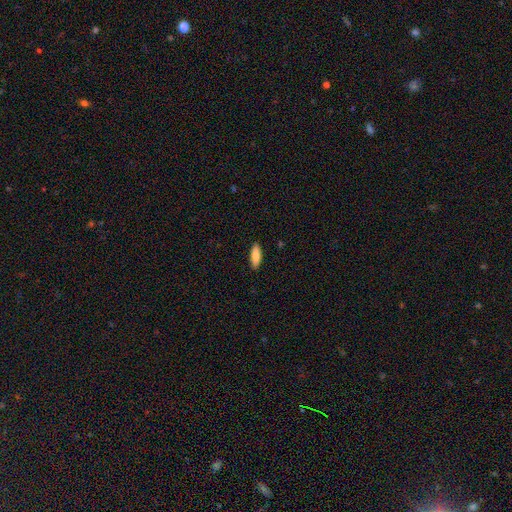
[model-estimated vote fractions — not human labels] Smooth or featured?
  - smooth: 84% *
  - featured or disk: 11%
  - star or artifact: 6%
How rounded?
  - in between: 52% *
  - cigar-shaped: 47%
  - round: 2%
Merging?
  - none: 90% *
  - minor disturbance: 8%
  - major disturbance: 2%
  - merger: 1%